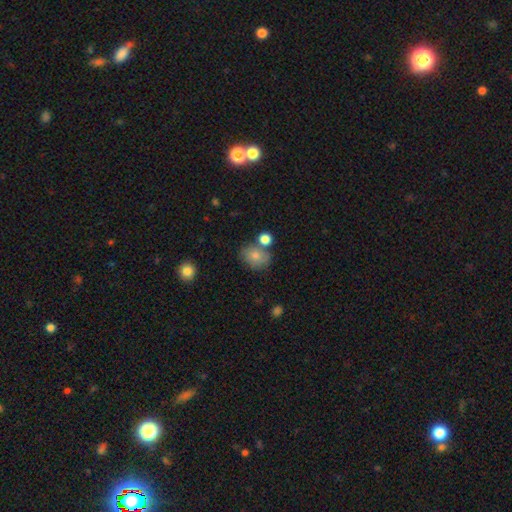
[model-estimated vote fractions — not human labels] smooth-or-featured: smooth: 79% | featured or disk: 12% | star or artifact: 9%
  how-rounded: in between: 50% | round: 49% | cigar-shaped: 1%
  merging: none: 60% | merger: 20% | minor disturbance: 15% | major disturbance: 5%